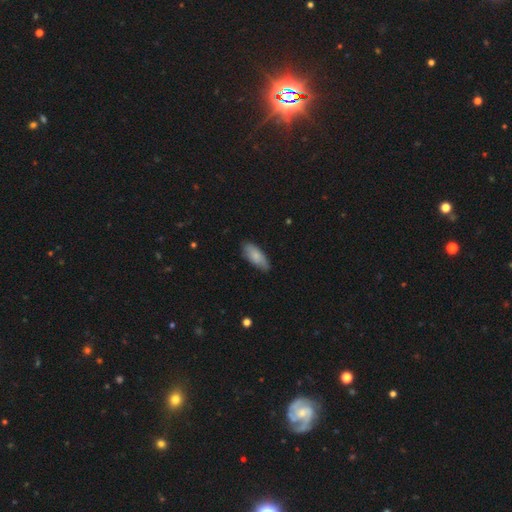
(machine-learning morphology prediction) This is clearly a smooth galaxy (82%). How rounded: likely in between (78%). Merging: likely none (79%).